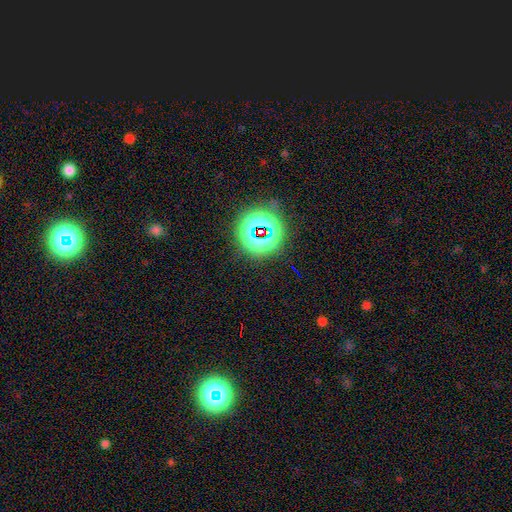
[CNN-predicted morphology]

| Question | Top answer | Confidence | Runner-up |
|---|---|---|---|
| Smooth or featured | star or artifact | 80% | smooth (13%) |